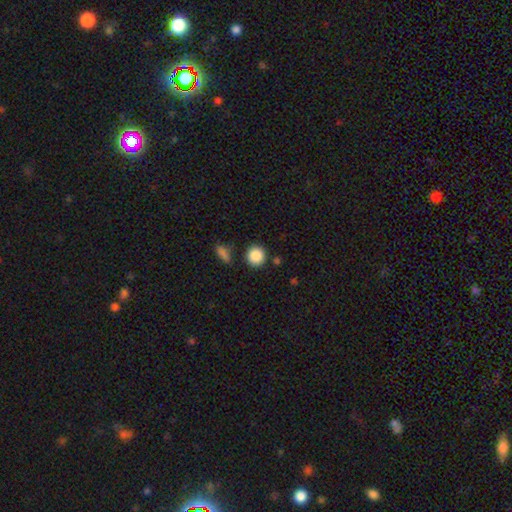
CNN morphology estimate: Smooth or featured?
  - smooth: 88% *
  - star or artifact: 8%
  - featured or disk: 4%
How rounded?
  - round: 88% *
  - in between: 11%
  - cigar-shaped: 1%
Merging?
  - none: 84% *
  - minor disturbance: 8%
  - merger: 5%
  - major disturbance: 3%